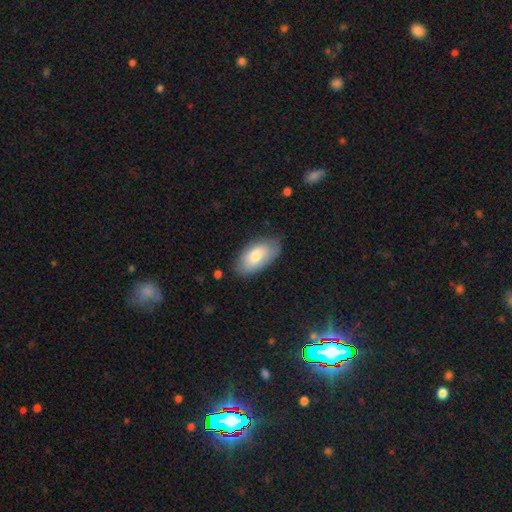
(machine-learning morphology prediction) Smooth or featured? smooth (78%)
How rounded? in between (95%)
Merging? none (77%)